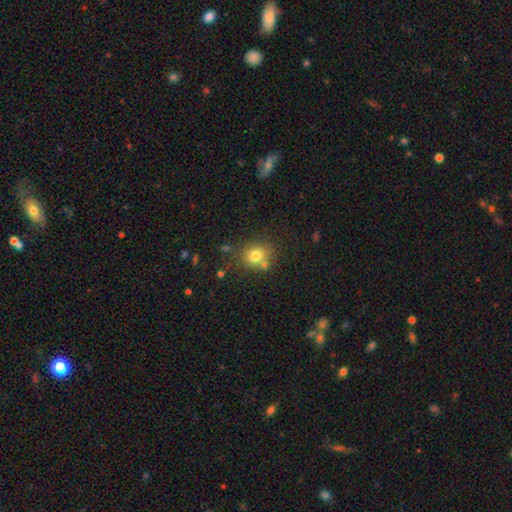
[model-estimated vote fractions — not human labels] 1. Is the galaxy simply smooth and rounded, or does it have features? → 77% smooth, 13% star or artifact, 10% featured or disk.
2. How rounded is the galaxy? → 68% round, 31% in between, 1% cigar-shaped.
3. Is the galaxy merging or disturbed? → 72% none, 13% minor disturbance, 11% merger, 4% major disturbance.